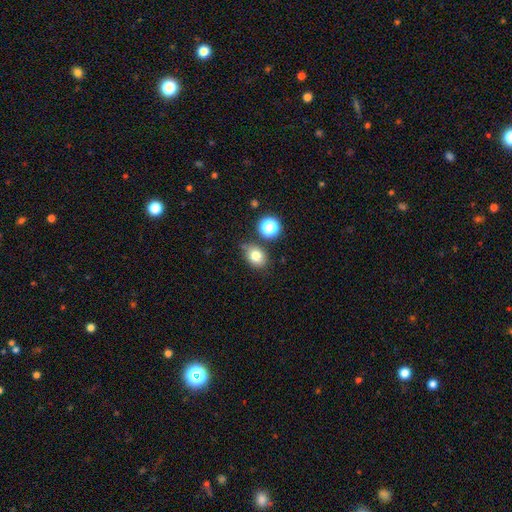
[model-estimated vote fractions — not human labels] Smooth or featured? smooth (78%)
How rounded? in between (58%)
Merging? none (71%)